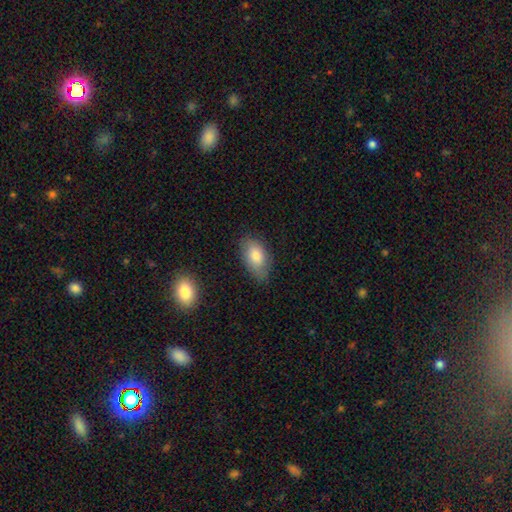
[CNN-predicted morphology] smooth-or-featured: smooth: 81% | featured or disk: 12% | star or artifact: 7%
  how-rounded: in between: 93% | round: 5% | cigar-shaped: 2%
  merging: none: 74% | minor disturbance: 20% | major disturbance: 4% | merger: 2%